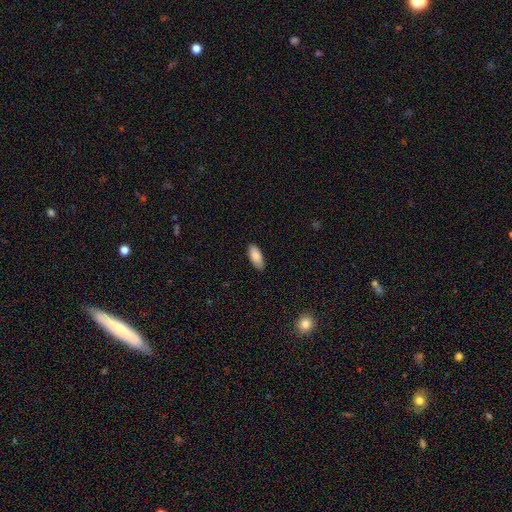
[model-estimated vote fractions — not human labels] A smooth galaxy with no disk features (86%) that is in between round and cigar-shaped (88%).

Vote fractions:
- Smooth or featured? smooth: 86% / featured or disk: 8% / star or artifact: 6%
- How rounded? in between: 88% / cigar-shaped: 11% / round: 2%
- Merging? none: 84% / minor disturbance: 13% / major disturbance: 2% / merger: 1%